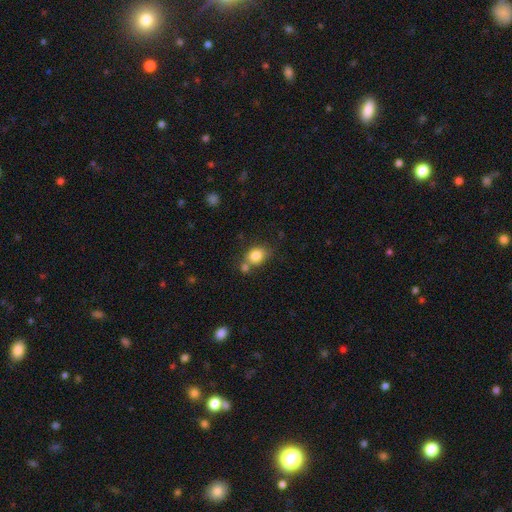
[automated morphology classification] Smooth or featured: smooth — 83% (star or artifact — 10%)
How rounded: round — 51% (in between — 48%)
Merging: none — 54% (merger — 25%)